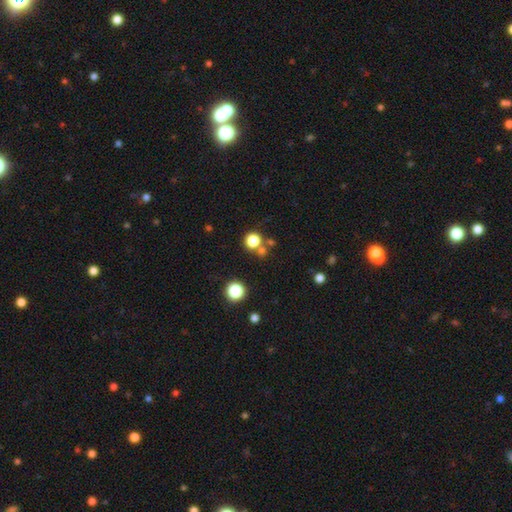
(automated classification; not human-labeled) Smooth or featured? Predicted: smooth (p=0.70). How rounded? Predicted: round (p=0.92). Merging? Predicted: none (p=0.70).